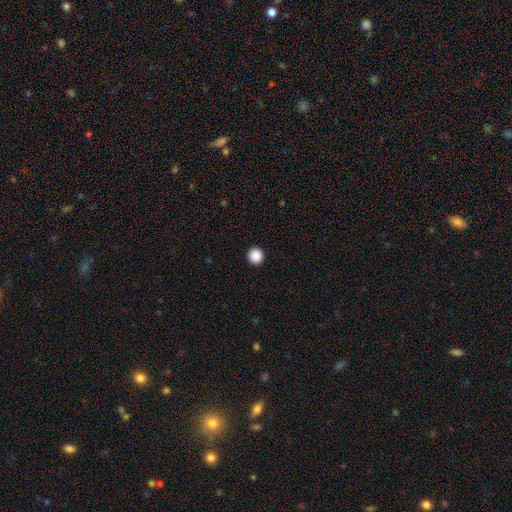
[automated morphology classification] This appears to be a smooth galaxy with no disk features (89%) that is round (96%). Merging: none (94%).